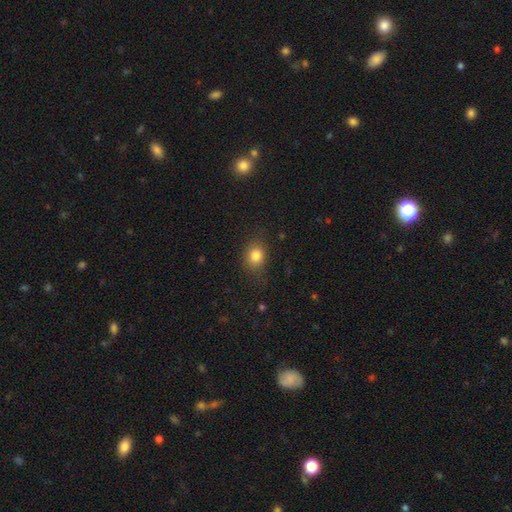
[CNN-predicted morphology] A smooth galaxy with no disk features (82%) that is round (55%). Merging: none (77%).